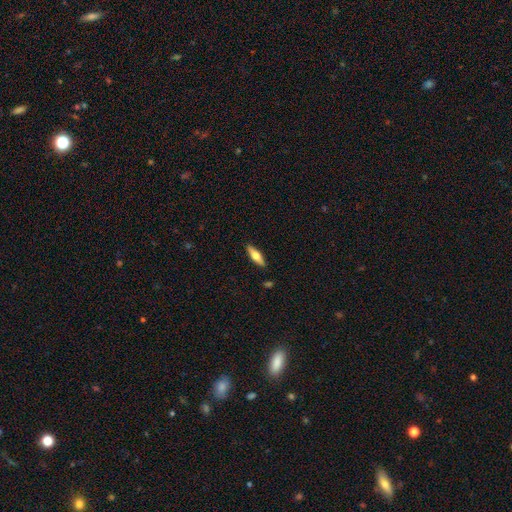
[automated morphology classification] Overall: smooth (52%; featured or disk 42%). How rounded: cigar-shaped (53%; in between 45%). Merging: none (89%).